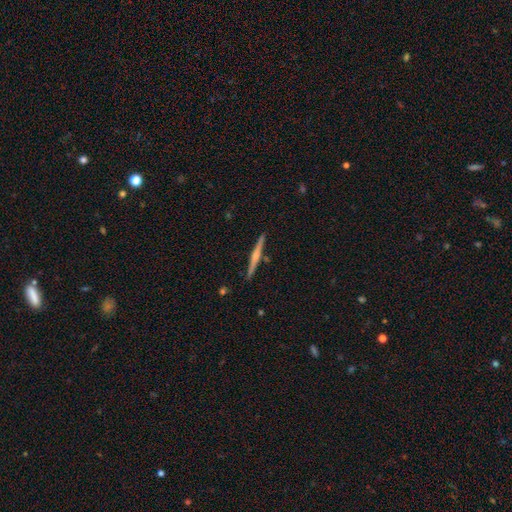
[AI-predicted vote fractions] Smooth or featured?
  - featured or disk: 63% *
  - smooth: 32%
  - star or artifact: 5%
Edge-on disk?
  - yes: 98% *
  - no: 2%
Edge-on bulge?
  - rounded: 61% *
  - none: 25%
  - boxy: 14%
Merging?
  - none: 89% *
  - minor disturbance: 7%
  - merger: 2%
  - major disturbance: 1%